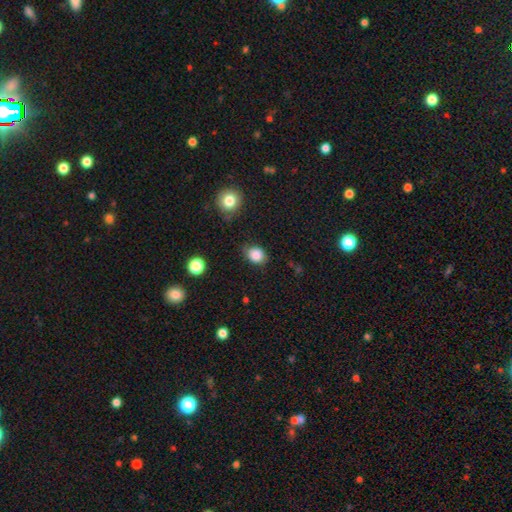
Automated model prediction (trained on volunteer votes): smooth 85%, star or artifact 10%, featured or disk 5%. Down the decision tree: how rounded — in between (53%); merging — none (75%).